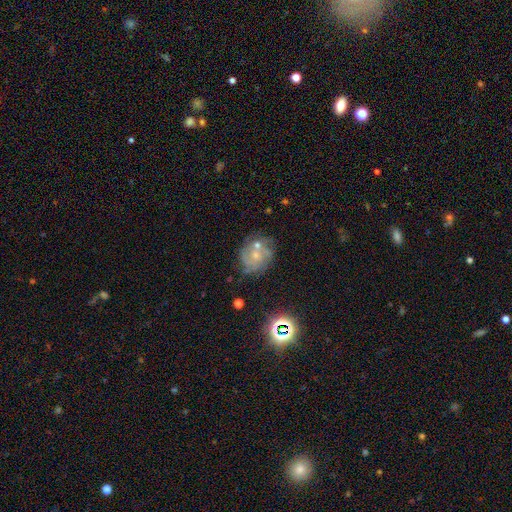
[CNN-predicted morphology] A featured or disk galaxy (66%) with no bar (76%), tight (53%) spiral arms (85%) and a small central bulge (61%).

Vote fractions:
- Smooth or featured? featured or disk: 66% / smooth: 21% / star or artifact: 13%
- Edge-on disk? no: 97% / yes: 3%
- Bar? no: 76% / weak: 21% / strong: 3%
- Spiral arms? yes: 85% / no: 15%
- Spiral winding? tight: 53% / medium: 35% / loose: 12%
- Spiral arm count? can't tell: 38% / 3: 24% / 2: 15% / 4: 13% / more than 4: 5% / 1: 5%
- Bulge size? small: 61% / moderate: 32% / none: 5% / large: 2% / dominant: 1%
- Merging? none: 59% / minor disturbance: 19% / merger: 13% / major disturbance: 9%